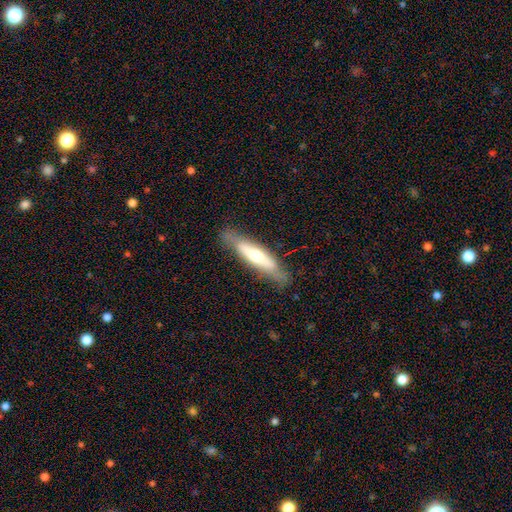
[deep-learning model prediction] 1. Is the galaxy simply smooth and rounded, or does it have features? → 48% featured or disk, 46% smooth, 6% star or artifact.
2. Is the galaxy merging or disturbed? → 79% none, 16% minor disturbance, 4% major disturbance, 1% merger.